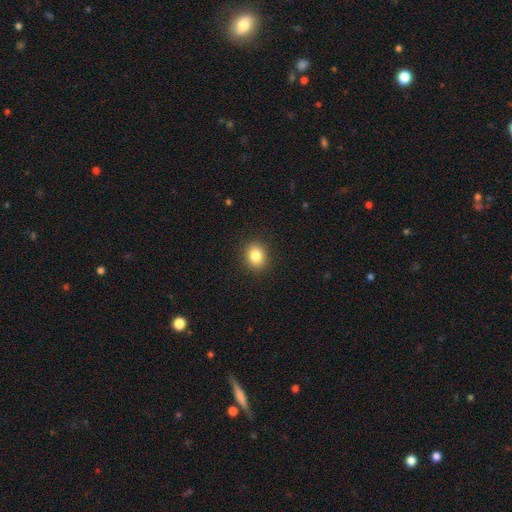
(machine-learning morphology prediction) This appears to be a smooth galaxy with no disk features (84%) that is round (62%). Merging: none (90%).